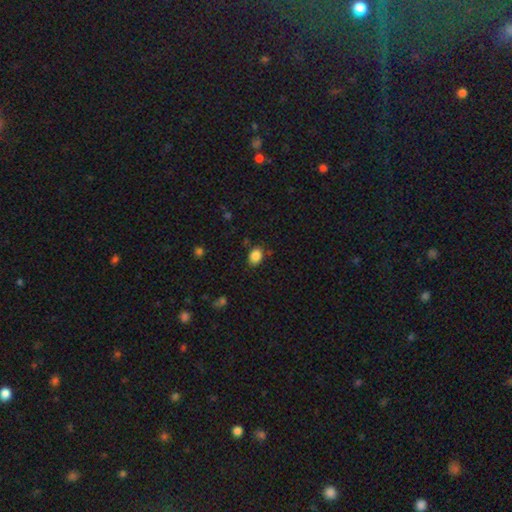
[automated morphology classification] smooth_or_featured: smooth (p=0.86) [alt: star or artifact p=0.10]
how_rounded: in between (p=0.64) [alt: round p=0.36]
merging: none (p=0.82) [alt: minor disturbance p=0.12]